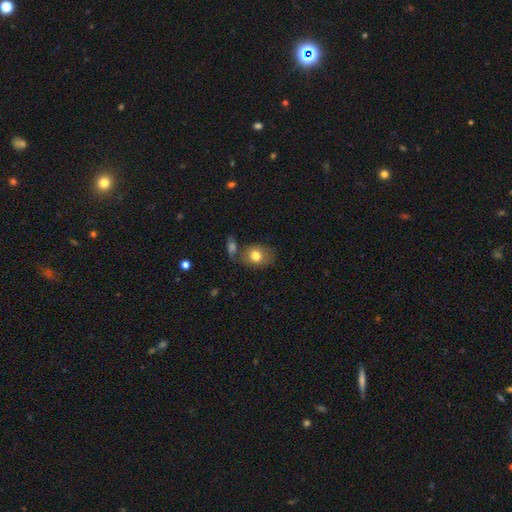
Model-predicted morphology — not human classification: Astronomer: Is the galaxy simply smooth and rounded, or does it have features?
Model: smooth — 76%.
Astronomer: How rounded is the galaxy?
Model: in between — 58% (runner-up: round, 41%).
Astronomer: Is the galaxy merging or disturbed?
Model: none — 57%.